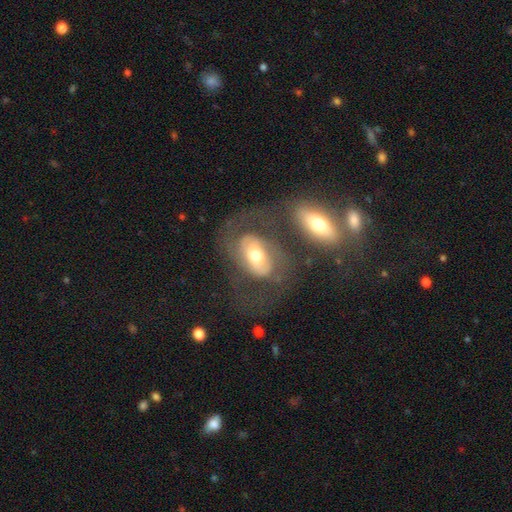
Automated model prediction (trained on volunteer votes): A featured or disk galaxy (62%) with no bar (56%), spiral arms (70%) and a moderate central bulge (69%). Merging: none (47%).